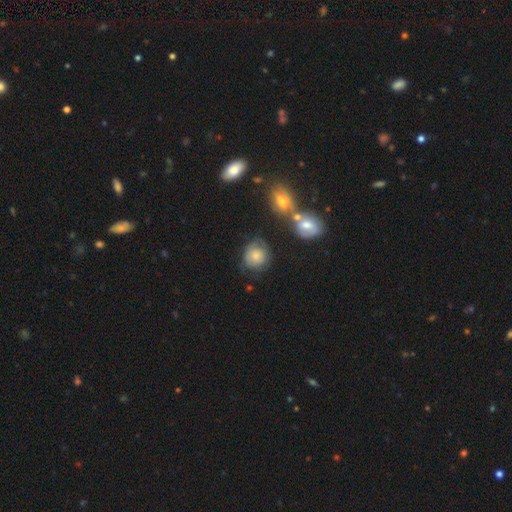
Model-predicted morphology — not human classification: A smooth galaxy with no disk features (68%) that is round (79%). Merging: none (59%).